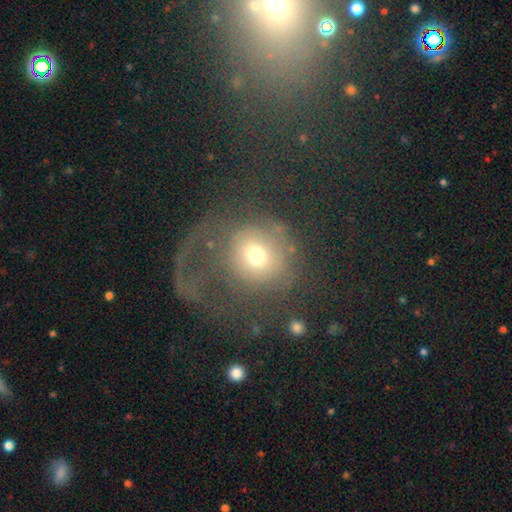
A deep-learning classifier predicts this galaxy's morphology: A smooth galaxy with no disk features (55%) that is round (87%).

Vote fractions:
- Smooth or featured? smooth: 55% / featured or disk: 33% / star or artifact: 13%
- How rounded? round: 87% / in between: 12% / cigar-shaped: 1%
- Merging? major disturbance: 58% / none: 28% / minor disturbance: 10% / merger: 4%